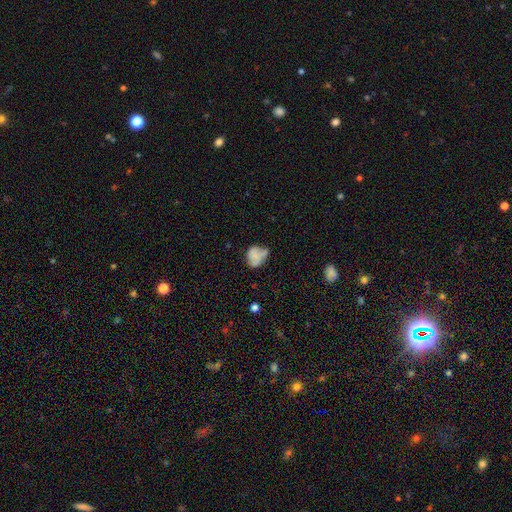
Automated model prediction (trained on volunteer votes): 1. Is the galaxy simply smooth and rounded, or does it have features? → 61% smooth, 28% featured or disk, 11% star or artifact.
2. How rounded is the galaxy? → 53% in between, 46% round, 1% cigar-shaped.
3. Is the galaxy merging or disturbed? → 35% none, 32% minor disturbance, 19% major disturbance, 13% merger.